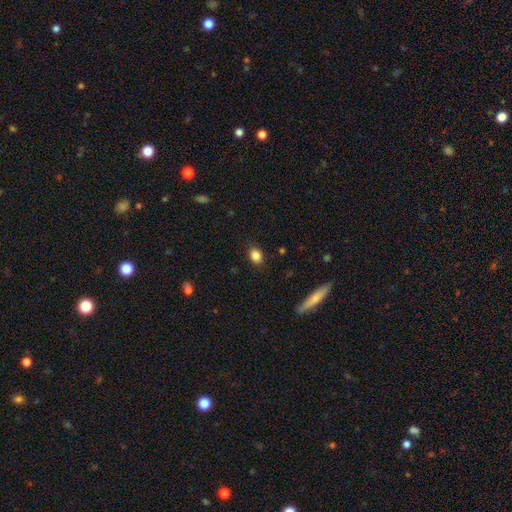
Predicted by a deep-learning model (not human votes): smooth-or-featured: smooth: 85% | star or artifact: 10% | featured or disk: 6%
  how-rounded: round: 52% | in between: 47% | cigar-shaped: 2%
  merging: none: 87% | minor disturbance: 9% | major disturbance: 3% | merger: 1%